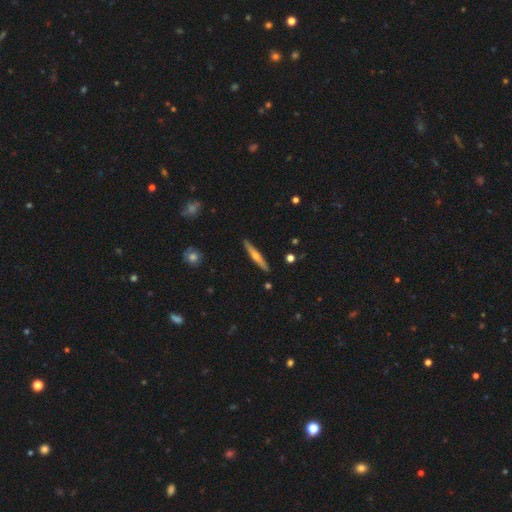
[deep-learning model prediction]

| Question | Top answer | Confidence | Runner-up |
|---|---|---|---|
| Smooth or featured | featured or disk | 60% | smooth (34%) |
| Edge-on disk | yes | 97% | no (3%) |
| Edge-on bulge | rounded | 86% | none (10%) |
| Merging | none | 91% | minor disturbance (6%) |